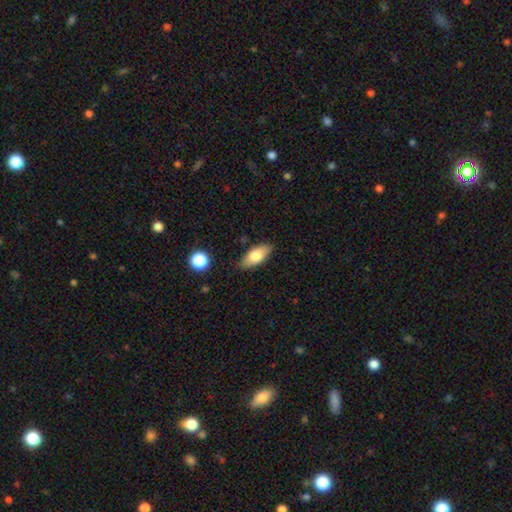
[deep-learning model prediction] smooth_or_featured: smooth (p=0.73) [alt: featured or disk p=0.20]
how_rounded: in between (p=0.85) [alt: cigar-shaped p=0.12]
merging: none (p=0.83) [alt: minor disturbance p=0.12]